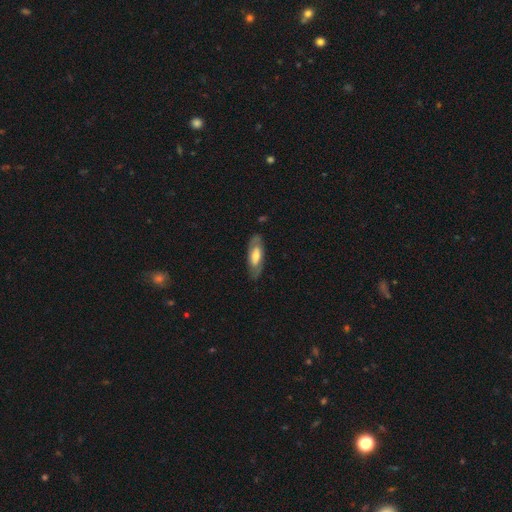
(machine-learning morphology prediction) Q: Smooth or featured?
A: featured or disk (53%); runner-up: smooth (42%)
Q: Edge-on disk?
A: no (78%); runner-up: yes (22%)
Q: Merging?
A: none (79%); runner-up: minor disturbance (15%)